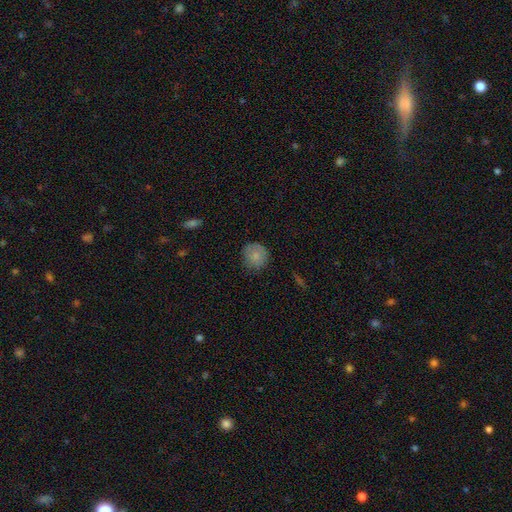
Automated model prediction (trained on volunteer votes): Smooth or featured? smooth (81%)
How rounded? round (89%)
Merging? none (78%)